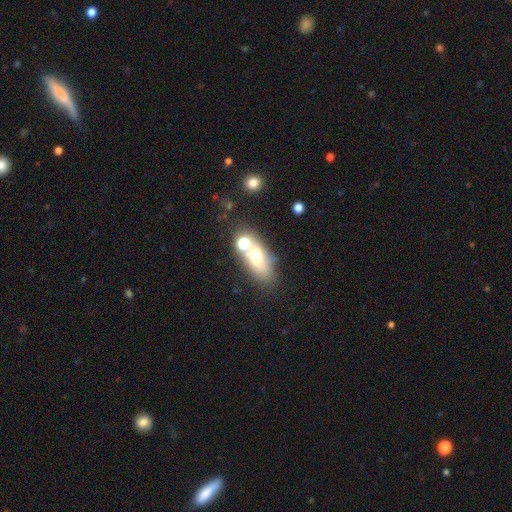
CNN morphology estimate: smooth_or_featured: smooth (p=0.57) [alt: featured or disk p=0.28]
how_rounded: in between (p=0.73) [alt: round p=0.17]
merging: none (p=0.52) [alt: merger p=0.26]